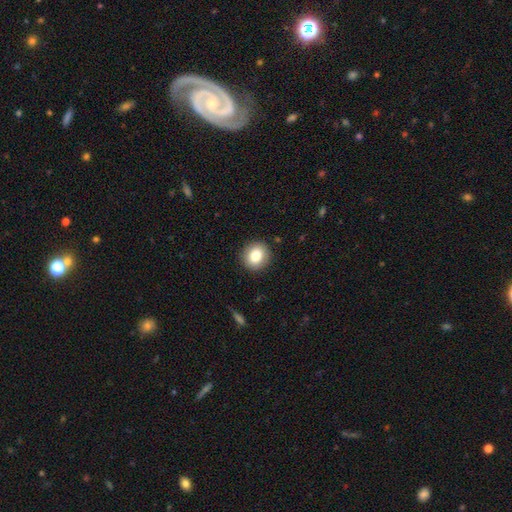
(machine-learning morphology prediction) Smooth or featured?
  - smooth: 82% *
  - star or artifact: 9%
  - featured or disk: 9%
How rounded?
  - round: 87% *
  - in between: 12%
  - cigar-shaped: 1%
Merging?
  - none: 91% *
  - minor disturbance: 6%
  - major disturbance: 2%
  - merger: 1%